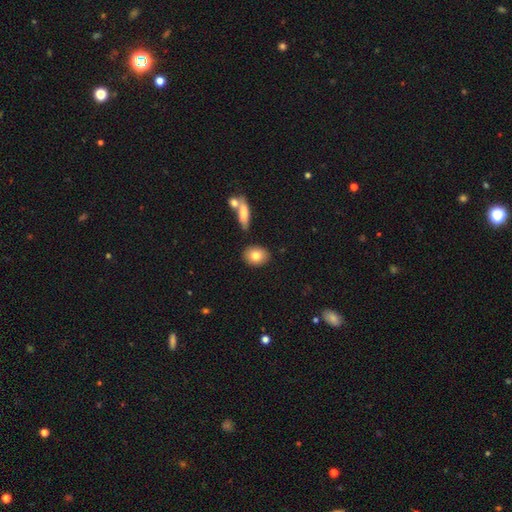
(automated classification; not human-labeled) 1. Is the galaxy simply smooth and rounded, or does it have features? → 79% smooth, 13% featured or disk, 8% star or artifact.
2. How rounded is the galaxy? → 52% in between, 46% round, 2% cigar-shaped.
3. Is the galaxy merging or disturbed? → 85% none, 9% minor disturbance, 4% merger, 2% major disturbance.